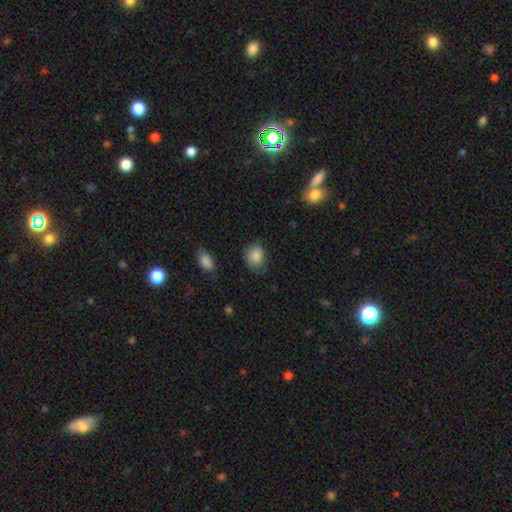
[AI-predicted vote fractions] Smooth or featured?
  - smooth: 87% *
  - star or artifact: 8%
  - featured or disk: 5%
How rounded?
  - round: 59% *
  - in between: 40%
  - cigar-shaped: 1%
Merging?
  - none: 65% *
  - minor disturbance: 26%
  - major disturbance: 7%
  - merger: 2%